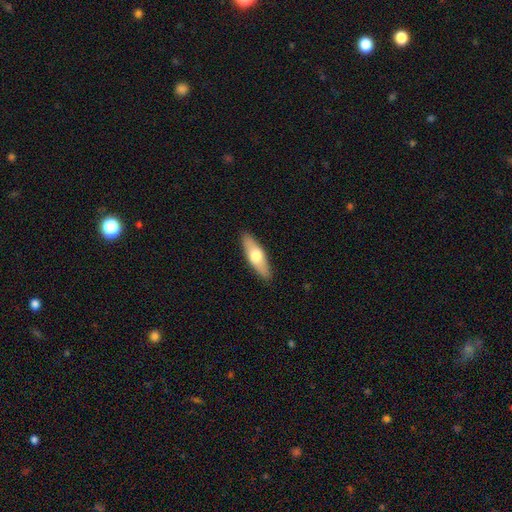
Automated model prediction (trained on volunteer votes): smooth 58%, featured or disk 37%, star or artifact 5%. Down the decision tree: how rounded — in between (50%); merging — none (89%).